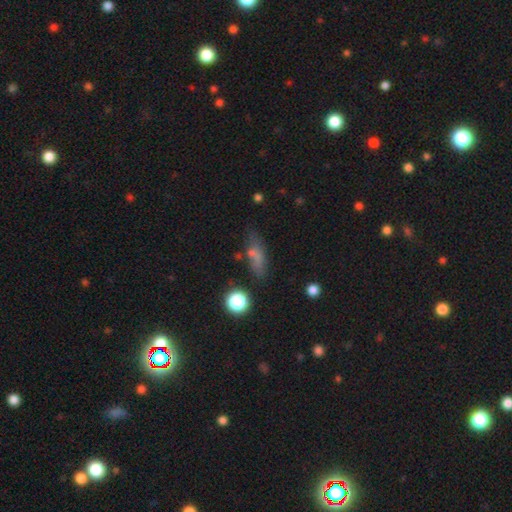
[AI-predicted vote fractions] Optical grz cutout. It shows a smooth galaxy with no disk features (65%) that is in between round and cigar-shaped (56%). Merging: none (61%).